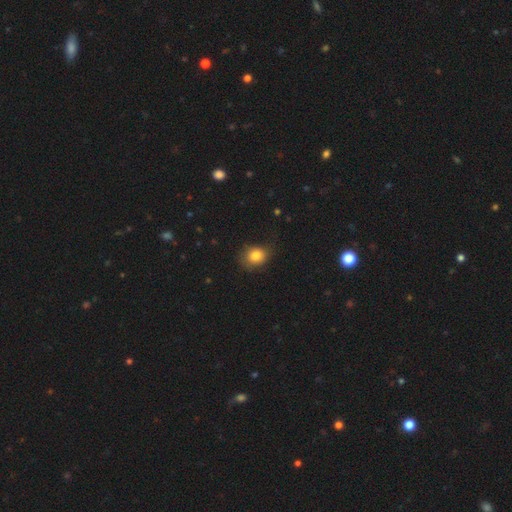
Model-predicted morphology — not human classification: Smooth or featured? Predicted: smooth (p=0.82). How rounded? Predicted: round (p=0.60). Merging? Predicted: none (p=0.71).